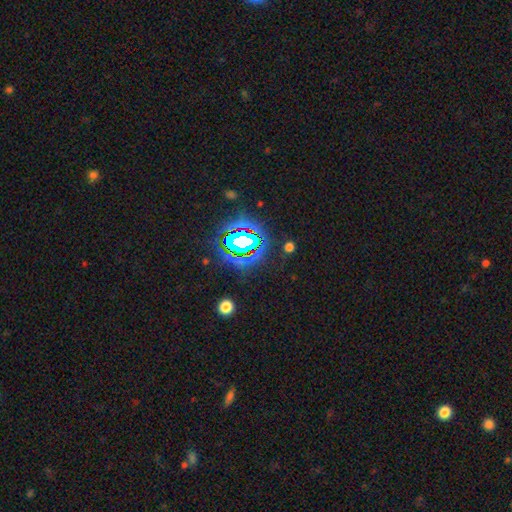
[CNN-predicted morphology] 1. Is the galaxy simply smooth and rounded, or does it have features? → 83% star or artifact, 10% smooth, 7% featured or disk.